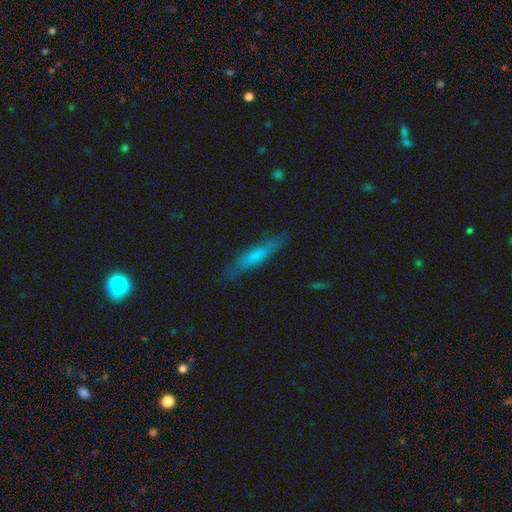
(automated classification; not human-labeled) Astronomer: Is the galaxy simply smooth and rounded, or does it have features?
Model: smooth — 62%.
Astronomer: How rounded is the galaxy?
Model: cigar-shaped — 88%.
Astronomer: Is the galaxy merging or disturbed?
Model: none — 83%.